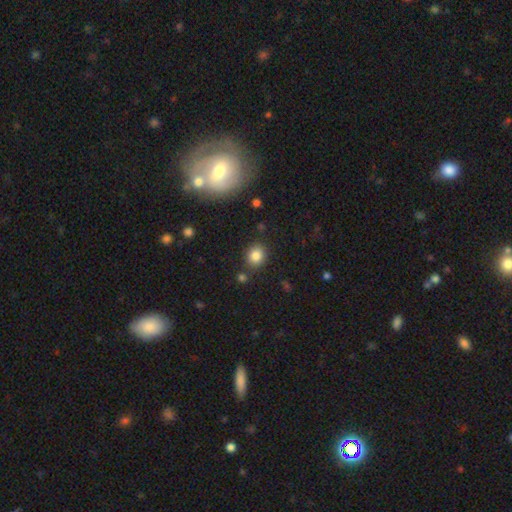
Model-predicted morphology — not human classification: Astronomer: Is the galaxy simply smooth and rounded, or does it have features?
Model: smooth — 83%.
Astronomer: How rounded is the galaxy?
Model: round — 69%.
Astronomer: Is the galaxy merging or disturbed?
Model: none — 83%.